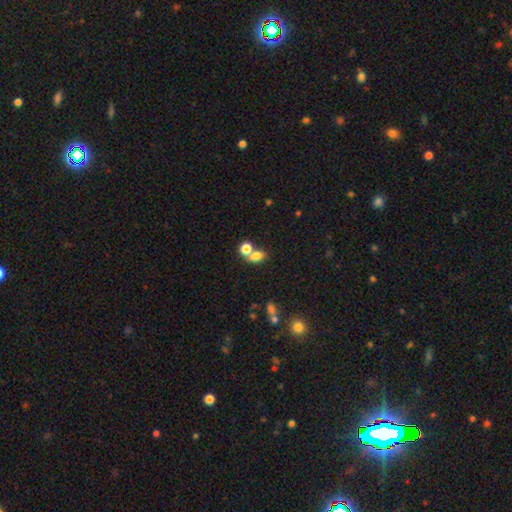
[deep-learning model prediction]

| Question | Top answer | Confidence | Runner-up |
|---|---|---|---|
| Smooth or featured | smooth | 76% | star or artifact (14%) |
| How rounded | in between | 69% | round (29%) |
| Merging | merger | 43% | none (42%) |